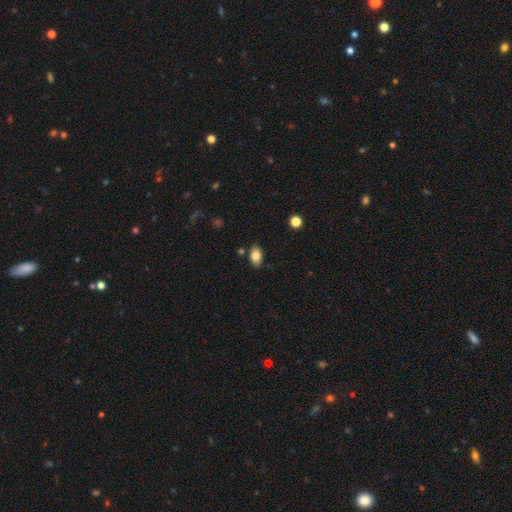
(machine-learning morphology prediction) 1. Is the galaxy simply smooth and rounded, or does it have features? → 82% smooth, 10% featured or disk, 8% star or artifact.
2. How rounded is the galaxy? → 90% in between, 8% round, 3% cigar-shaped.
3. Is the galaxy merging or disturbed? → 83% none, 11% minor disturbance, 3% merger, 2% major disturbance.